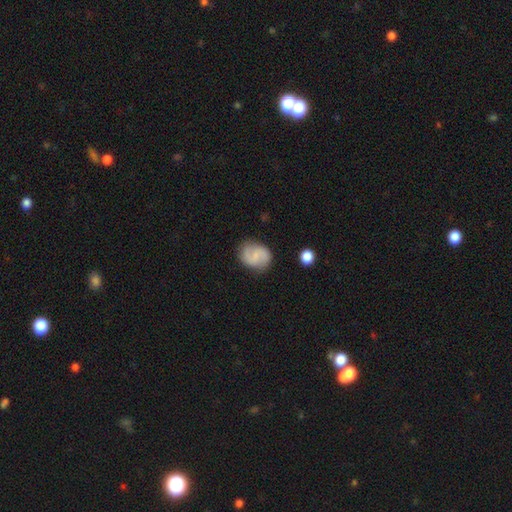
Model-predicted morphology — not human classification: Overall: featured or disk (54%; smooth 39%). Edge-on disk: no (98%). Bar: weak (46%; no 44%). Spiral arms: yes (91%). Bulge size: small (52%; none 31%). Merging: none (78%).